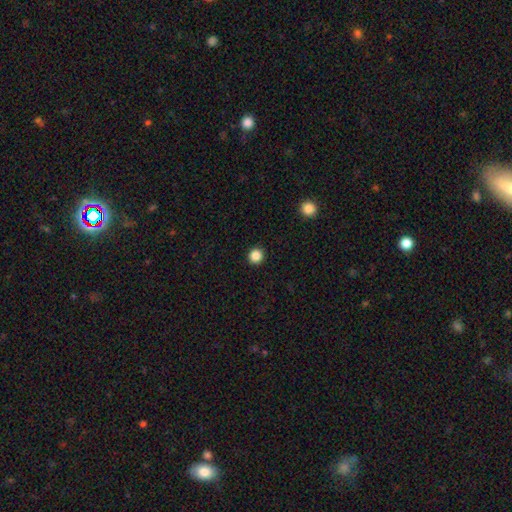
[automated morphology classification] Smooth or featured? Predicted: smooth (p=0.86). How rounded? Predicted: round (p=0.94). Merging? Predicted: none (p=0.93).